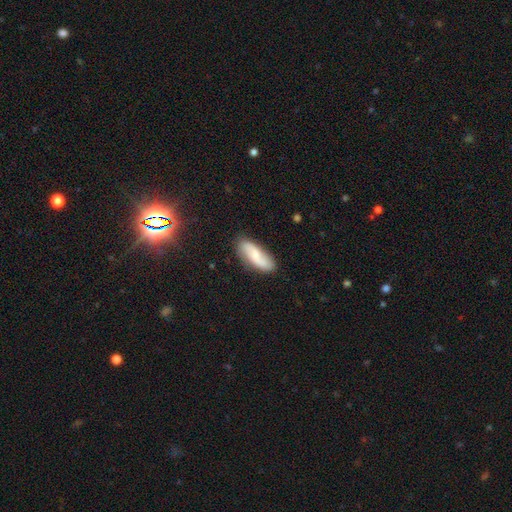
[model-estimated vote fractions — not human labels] smooth 51%, featured or disk 42%, star or artifact 7%. Down the decision tree: how rounded — in between (70%); merging — none (83%).